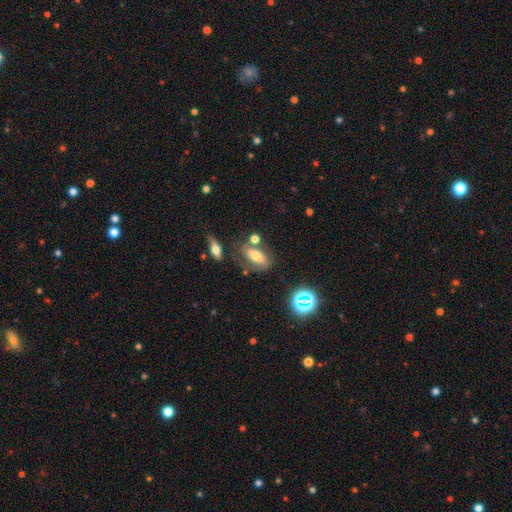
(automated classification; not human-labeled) Smooth or featured: smooth — 49% (featured or disk — 37%)
Merging: none — 52% (minor disturbance — 19%)